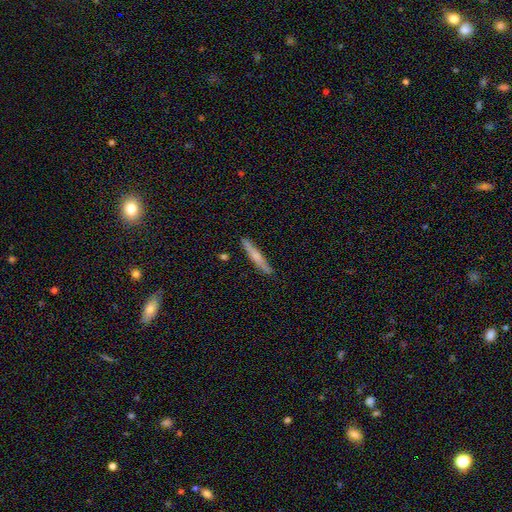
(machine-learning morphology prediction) A smooth galaxy with no disk features (57%) that is cigar-shaped (94%).

Vote fractions:
- Smooth or featured? smooth: 57% / featured or disk: 38% / star or artifact: 6%
- How rounded? cigar-shaped: 94% / in between: 4% / round: 1%
- Merging? none: 88% / minor disturbance: 9% / major disturbance: 2% / merger: 2%